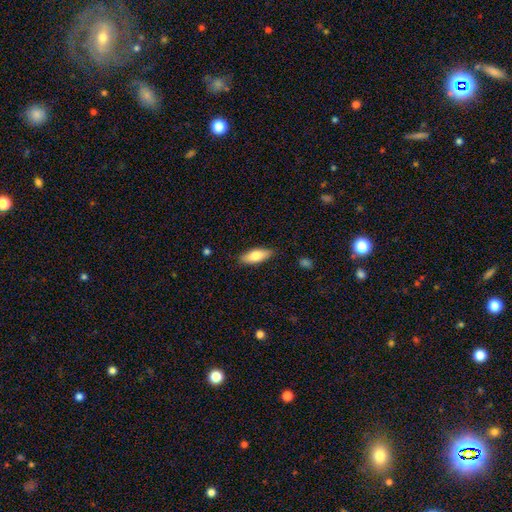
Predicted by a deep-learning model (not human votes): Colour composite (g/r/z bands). It shows a smooth galaxy with no disk features (75%) that is in between round and cigar-shaped (72%). Merging: none (86%).